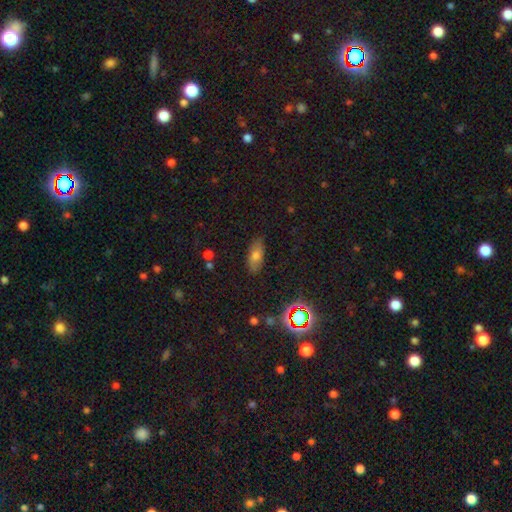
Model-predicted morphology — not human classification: This appears to be a smooth galaxy with no disk features (67%) that is in between round and cigar-shaped (83%). Merging: none (83%).